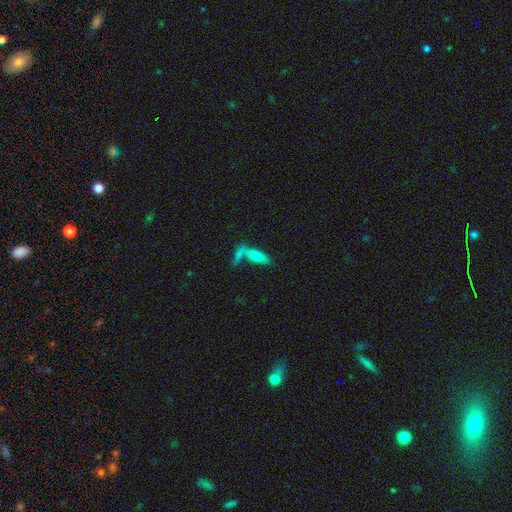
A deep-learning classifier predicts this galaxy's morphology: Smooth or featured?
  - smooth: 64% *
  - featured or disk: 29%
  - star or artifact: 8%
How rounded?
  - in between: 56% *
  - cigar-shaped: 41%
  - round: 3%
Merging?
  - none: 44% *
  - merger: 37%
  - minor disturbance: 12%
  - major disturbance: 7%